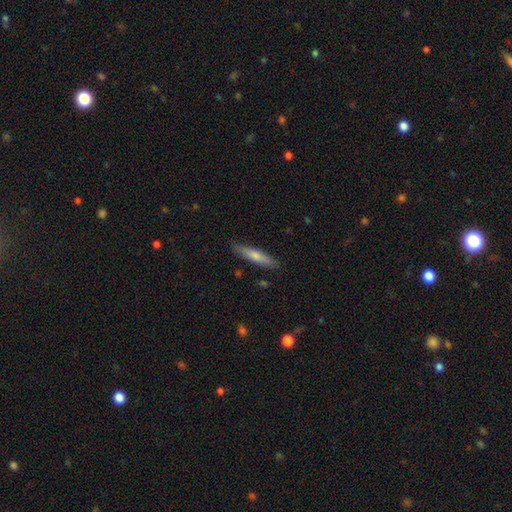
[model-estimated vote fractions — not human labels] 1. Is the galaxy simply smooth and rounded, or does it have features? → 64% smooth, 30% featured or disk, 6% star or artifact.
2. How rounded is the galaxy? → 87% cigar-shaped, 12% in between, 1% round.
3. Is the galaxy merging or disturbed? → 87% none, 10% minor disturbance, 2% major disturbance, 1% merger.